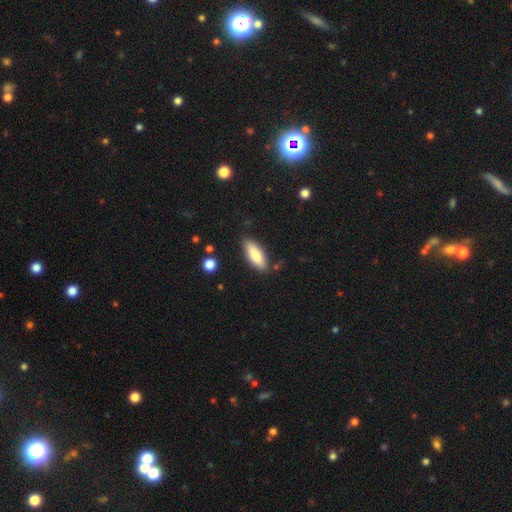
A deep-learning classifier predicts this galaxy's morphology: The model was most divided on "how rounded": in between: 69%, cigar-shaped: 29%, round: 2%. More confident: merging — none (83%); smooth or featured — smooth (82%).